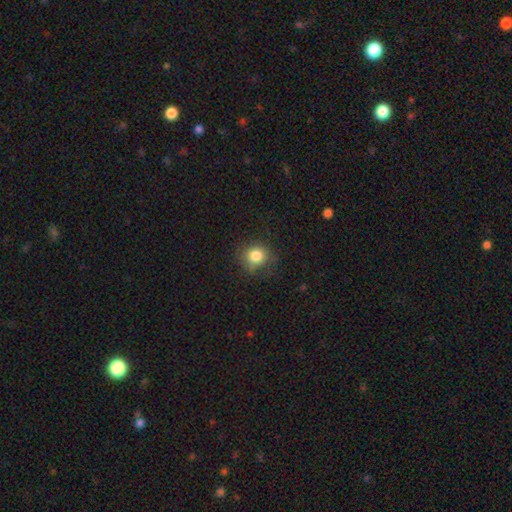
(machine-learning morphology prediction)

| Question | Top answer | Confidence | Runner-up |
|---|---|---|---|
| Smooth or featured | smooth | 83% | star or artifact (11%) |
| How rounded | round | 85% | in between (15%) |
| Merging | none | 75% | minor disturbance (18%) |